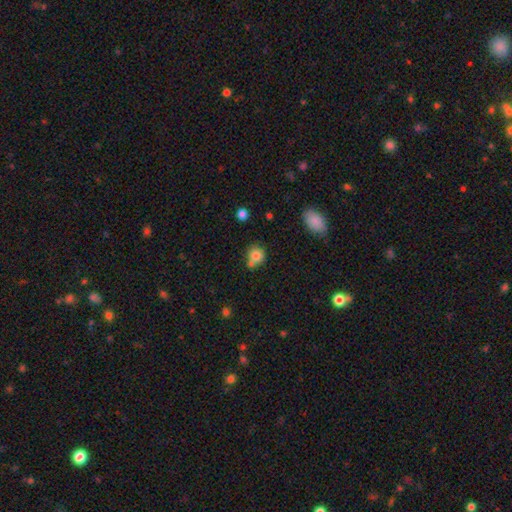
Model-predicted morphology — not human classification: type=smooth (80%); roundness=round (84%); merging=none (58%).